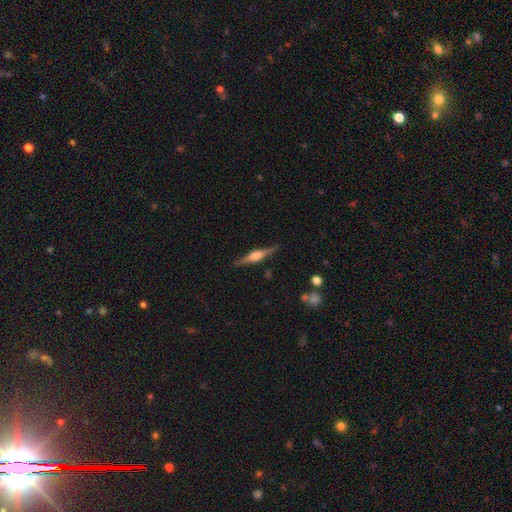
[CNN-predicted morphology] smooth-or-featured: featured or disk: 75% | smooth: 19% | star or artifact: 6%
  disk-edge-on: yes: 98% | no: 2%
    edge-on-bulge: rounded: 79% | boxy: 17% | none: 4%
  merging: none: 89% | minor disturbance: 8% | major disturbance: 2% | merger: 1%